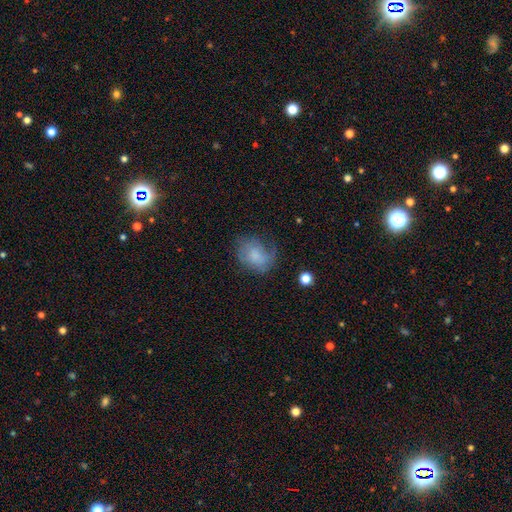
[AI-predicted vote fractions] A smooth galaxy with no disk features (60%) that is in between round and cigar-shaped (58%). Merging: none (47%).